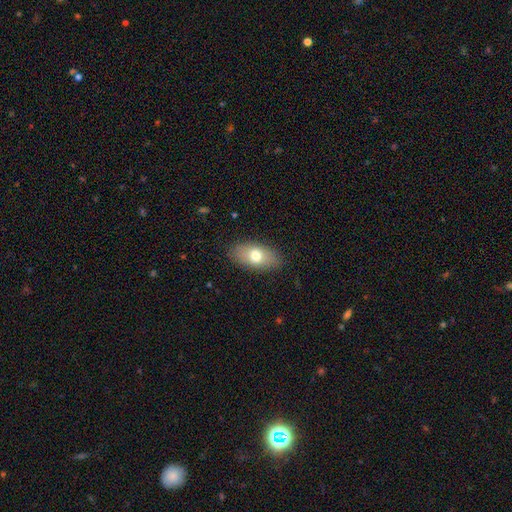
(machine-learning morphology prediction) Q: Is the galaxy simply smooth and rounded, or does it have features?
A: smooth — 72%.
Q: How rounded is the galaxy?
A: in between — 89%.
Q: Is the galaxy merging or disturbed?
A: none — 85%.